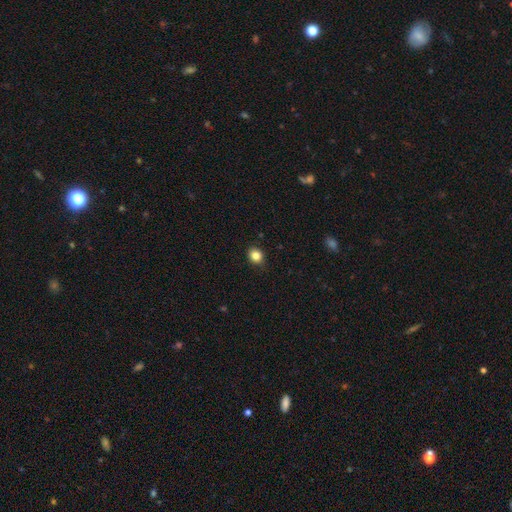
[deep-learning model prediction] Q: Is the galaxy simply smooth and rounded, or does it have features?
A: smooth — 84%.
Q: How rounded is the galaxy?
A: round — 66%.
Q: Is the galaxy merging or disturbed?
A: none — 88%.